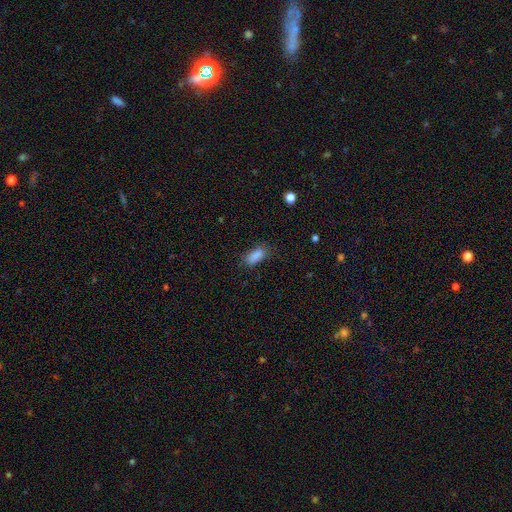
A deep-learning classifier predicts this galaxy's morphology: A smooth galaxy with no disk features (86%) that is in between round and cigar-shaped (85%).

Vote fractions:
- Smooth or featured? smooth: 86% / star or artifact: 9% / featured or disk: 5%
- How rounded? in between: 85% / cigar-shaped: 12% / round: 3%
- Merging? none: 75% / minor disturbance: 18% / major disturbance: 5% / merger: 2%